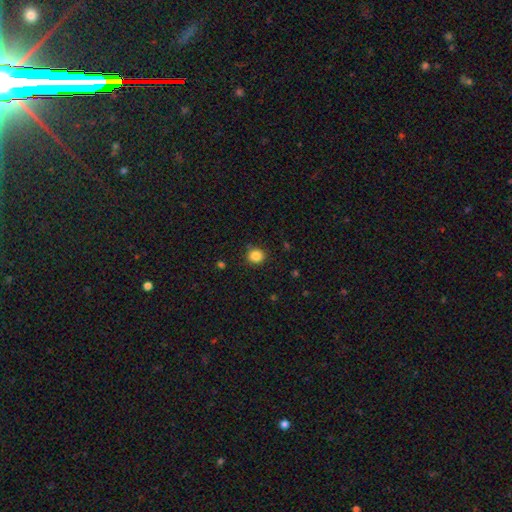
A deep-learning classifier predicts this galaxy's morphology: Q: Smooth or featured?
A: smooth (85%); runner-up: star or artifact (11%)
Q: How rounded?
A: round (89%); runner-up: in between (10%)
Q: Merging?
A: none (88%); runner-up: minor disturbance (8%)